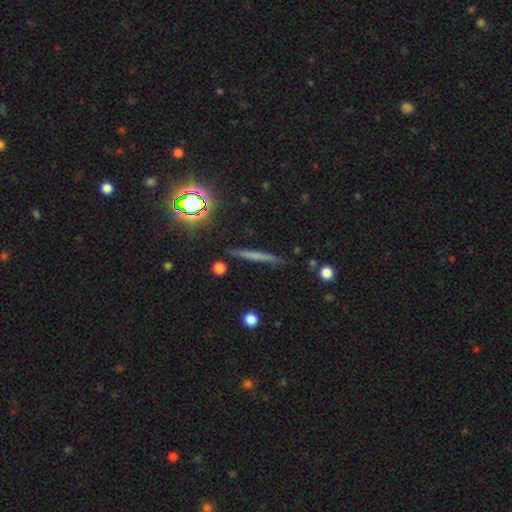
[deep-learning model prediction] The model was most divided on "smooth or featured": smooth: 50%, featured or disk: 35%, star or artifact: 15%. More confident: merging — none (87%).